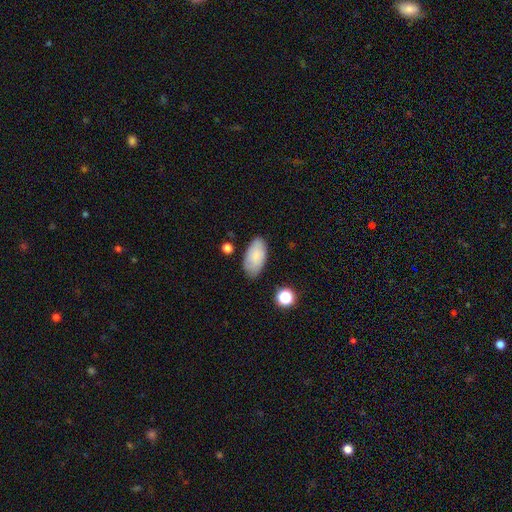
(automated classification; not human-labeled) Q: Smooth or featured?
A: smooth (79%); runner-up: featured or disk (14%)
Q: How rounded?
A: in between (95%); runner-up: round (3%)
Q: Merging?
A: none (80%); runner-up: minor disturbance (15%)